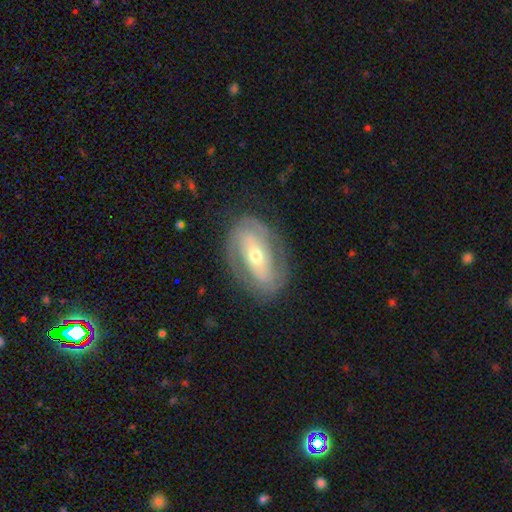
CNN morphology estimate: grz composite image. It shows a featured or disk galaxy (81%) with a strong bar (38%), 2 (73%) tight (53%) spiral arms (87%) and a moderate central bulge (57%). Merging: none (79%).